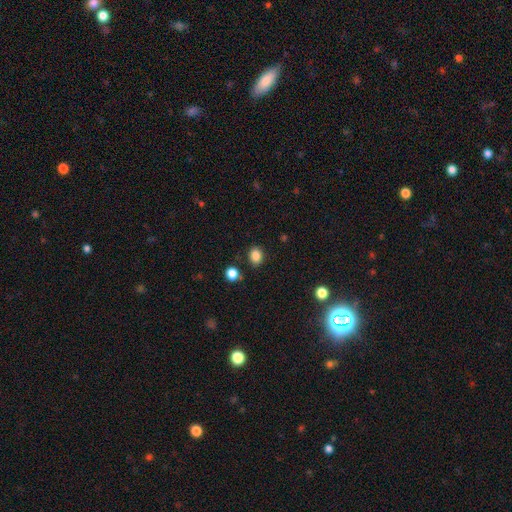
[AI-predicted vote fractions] The model was most divided on "how rounded": in between: 53%, round: 47%, cigar-shaped: 1%. More confident: smooth or featured — smooth (85%); merging — none (83%).